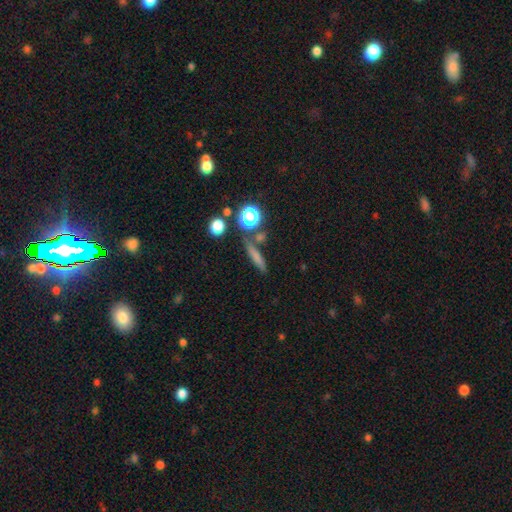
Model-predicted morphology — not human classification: Smooth or featured? Predicted: smooth (p=0.70). How rounded? Predicted: cigar-shaped (p=0.75). Merging? Predicted: none (p=0.74).